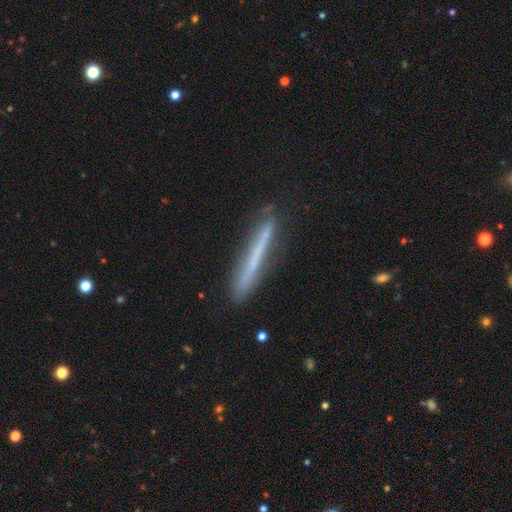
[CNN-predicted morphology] Smooth or featured?
  - featured or disk: 47% *
  - smooth: 46%
  - star or artifact: 7%
Merging?
  - none: 84% *
  - minor disturbance: 12%
  - major disturbance: 2%
  - merger: 2%